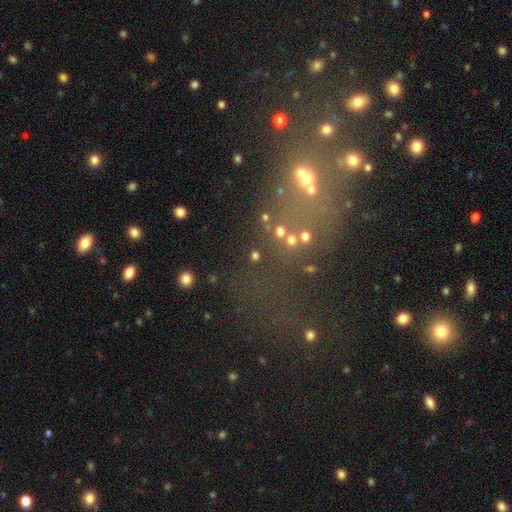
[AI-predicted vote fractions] A star or artifact, not a galaxy (50%).